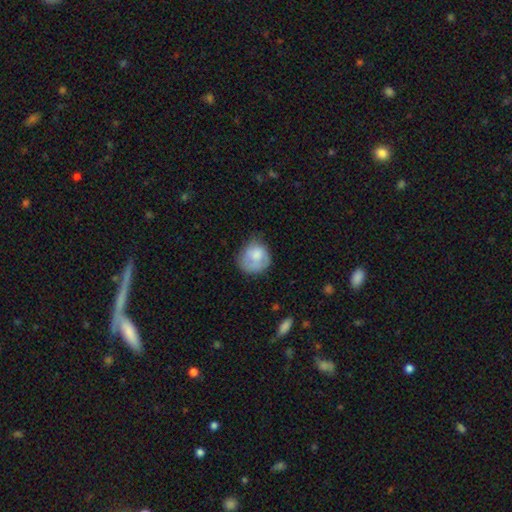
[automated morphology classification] This is likely a smooth galaxy (71%). How rounded: likely round (74%). Merging: possibly none (49%).